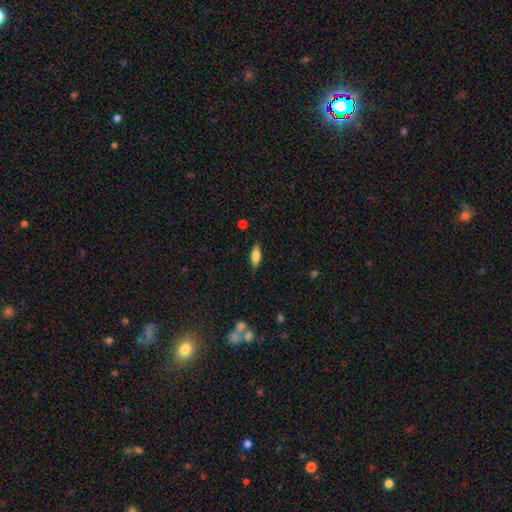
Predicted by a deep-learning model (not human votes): smooth 76%, featured or disk 17%, star or artifact 7%. Down the decision tree: how rounded — in between (68%); merging — none (85%).